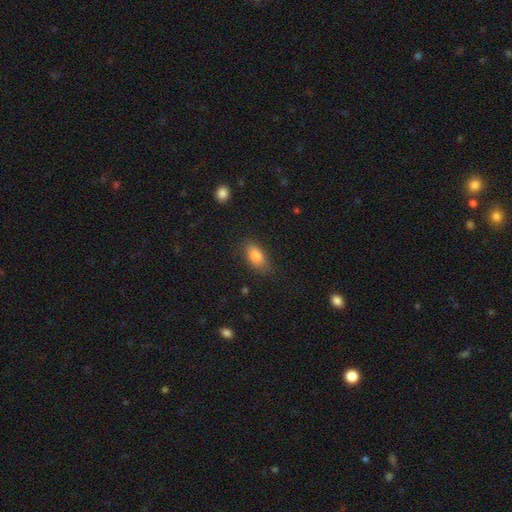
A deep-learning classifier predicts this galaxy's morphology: Q: Smooth or featured?
A: smooth (83%); runner-up: featured or disk (8%)
Q: How rounded?
A: in between (89%); runner-up: round (6%)
Q: Merging?
A: none (78%); runner-up: minor disturbance (16%)